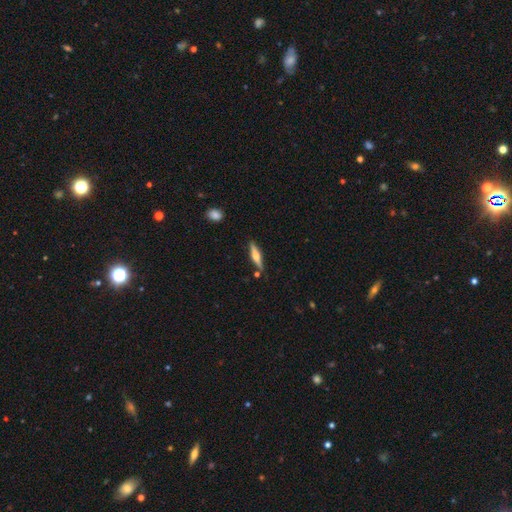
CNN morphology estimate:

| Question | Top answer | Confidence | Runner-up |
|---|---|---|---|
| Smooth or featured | featured or disk | 59% | smooth (36%) |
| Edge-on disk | yes | 96% | no (4%) |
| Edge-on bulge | rounded | 89% | boxy (7%) |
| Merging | none | 85% | minor disturbance (10%) |